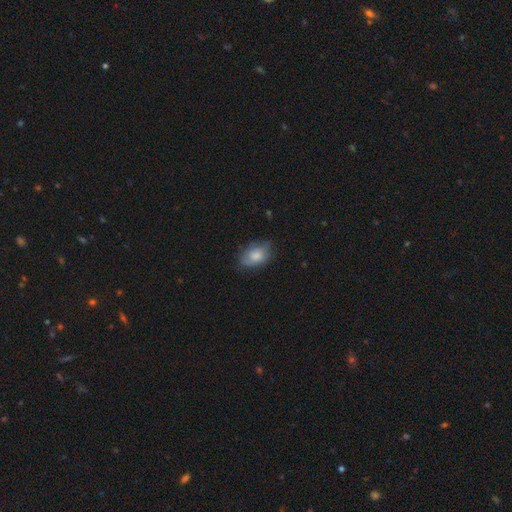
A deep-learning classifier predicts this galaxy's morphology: Q: Smooth or featured?
A: smooth (74%); runner-up: featured or disk (19%)
Q: How rounded?
A: in between (87%); runner-up: round (11%)
Q: Merging?
A: none (67%); runner-up: minor disturbance (26%)